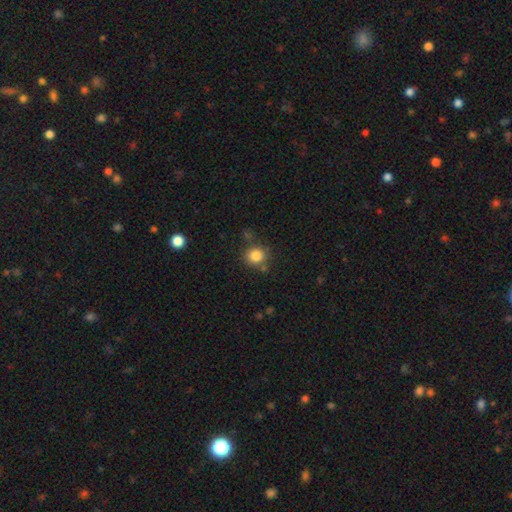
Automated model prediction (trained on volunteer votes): The model was most divided on "merging": none: 77%, minor disturbance: 12%, merger: 7%, major disturbance: 4%. More confident: how rounded — round (84%); smooth or featured — smooth (84%).